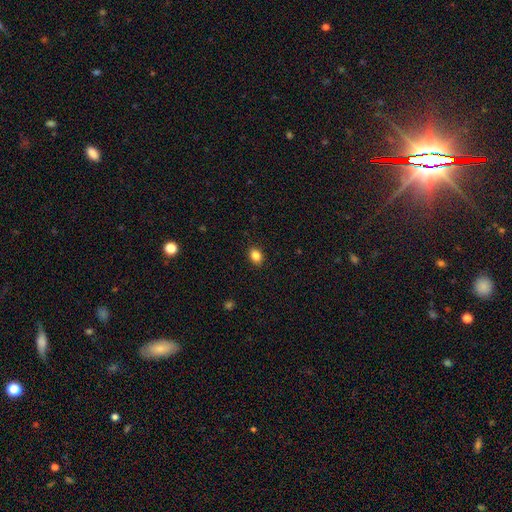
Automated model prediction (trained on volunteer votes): Smooth or featured?
  - smooth: 86% *
  - star or artifact: 10%
  - featured or disk: 4%
How rounded?
  - in between: 63% *
  - round: 36%
  - cigar-shaped: 1%
Merging?
  - none: 90% *
  - minor disturbance: 7%
  - major disturbance: 2%
  - merger: 1%